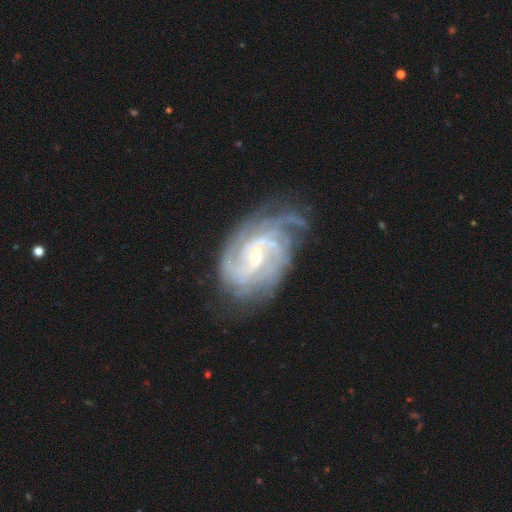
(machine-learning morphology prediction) The model was most divided on "bar": no: 43%, weak: 42%, strong: 15%. Remaining: spiral arms — yes (98%); edge-on disk — no (97%); smooth or featured — featured or disk (92%); bulge size — small (68%); merging — none (64%); spiral winding — tight (63%); spiral arm count — 3 (23%).